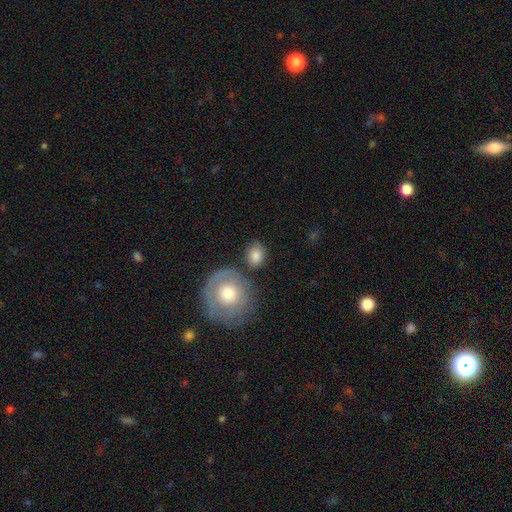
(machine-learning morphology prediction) smooth-or-featured: smooth: 83% | featured or disk: 10% | star or artifact: 7%
  how-rounded: round: 53% | in between: 46% | cigar-shaped: 1%
  merging: none: 75% | minor disturbance: 13% | merger: 9% | major disturbance: 4%